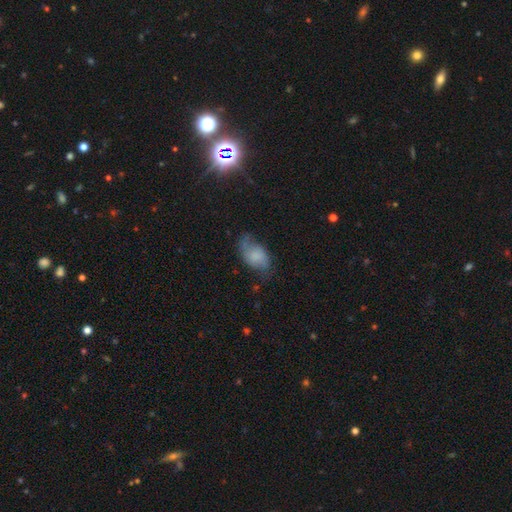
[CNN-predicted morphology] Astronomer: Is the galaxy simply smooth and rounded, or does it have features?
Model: smooth — 60%.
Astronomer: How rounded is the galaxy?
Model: in between — 89%.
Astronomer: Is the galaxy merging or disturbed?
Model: none — 49% (runner-up: minor disturbance, 31%).